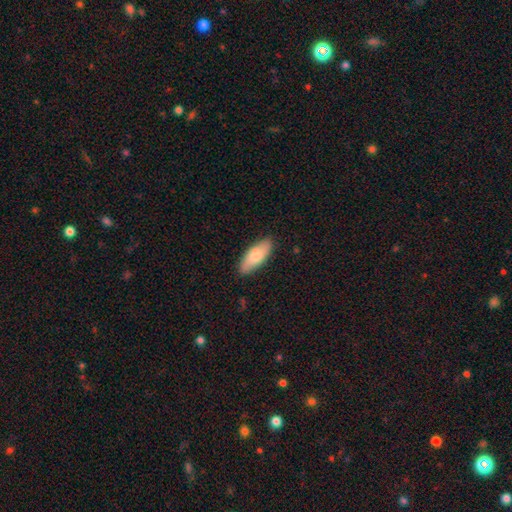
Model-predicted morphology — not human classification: Smooth or featured?
  - smooth: 78% *
  - featured or disk: 17%
  - star or artifact: 5%
How rounded?
  - in between: 78% *
  - cigar-shaped: 20%
  - round: 2%
Merging?
  - none: 86% *
  - minor disturbance: 11%
  - major disturbance: 2%
  - merger: 1%